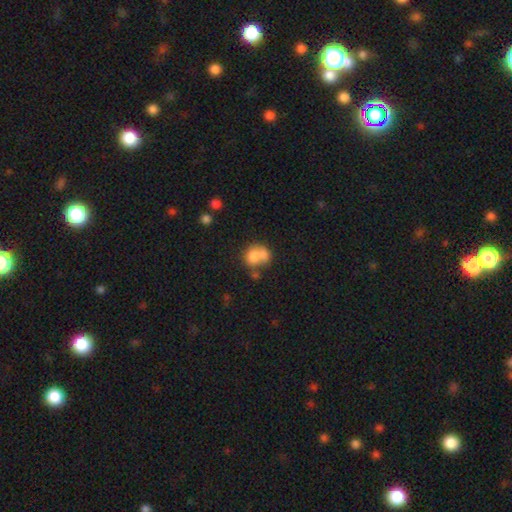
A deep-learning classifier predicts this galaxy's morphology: This is likely a smooth galaxy (70%). How rounded: likely round (66%). Merging: possibly merger (55%).